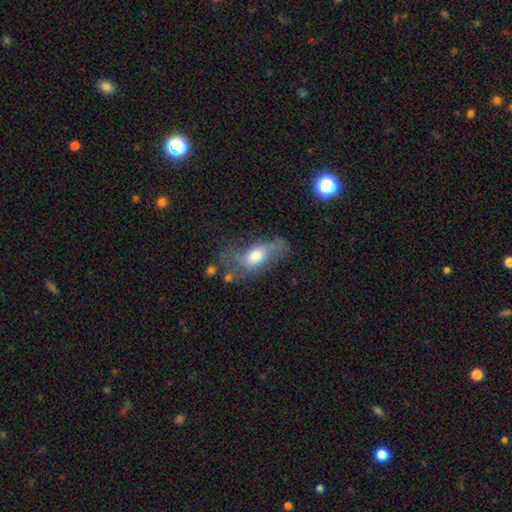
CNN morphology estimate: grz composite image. It shows a smooth galaxy with no disk features (47%). Merging: none (35%).